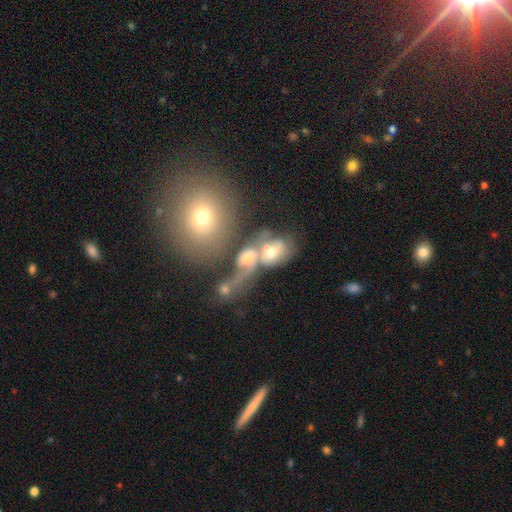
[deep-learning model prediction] Smooth or featured? Predicted: smooth (p=0.42). Merging? Predicted: merger (p=0.52).